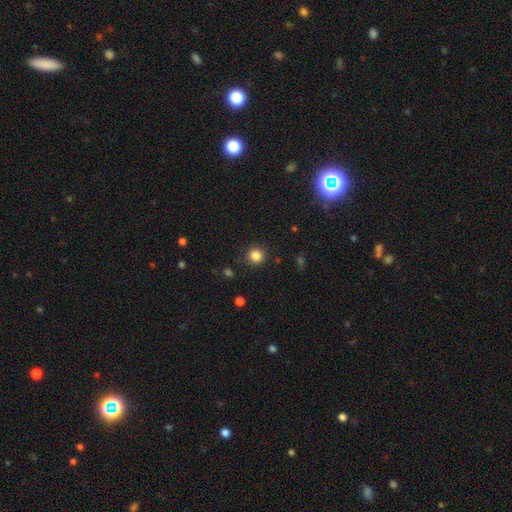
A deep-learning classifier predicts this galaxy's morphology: This appears to be a smooth galaxy with no disk features (84%) that is round (93%). Merging: none (89%).